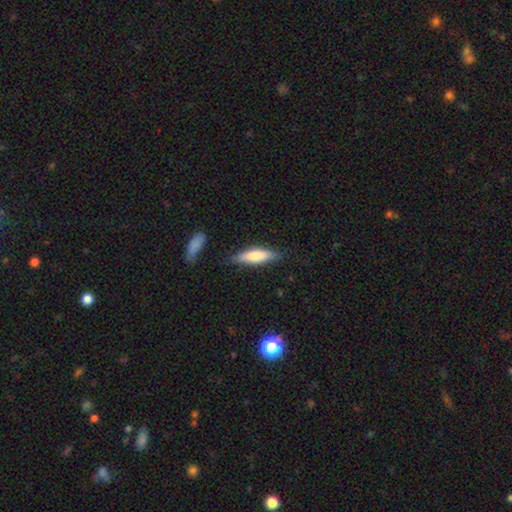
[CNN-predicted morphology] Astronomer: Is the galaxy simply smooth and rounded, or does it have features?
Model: smooth — 71%.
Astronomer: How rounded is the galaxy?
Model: cigar-shaped — 62%.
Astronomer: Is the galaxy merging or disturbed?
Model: none — 76%.